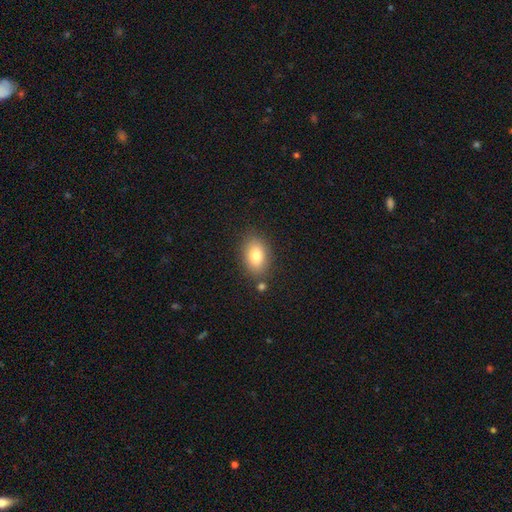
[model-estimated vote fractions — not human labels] This is clearly a smooth galaxy (82%). How rounded: clearly in between (87%). Merging: clearly none (81%).